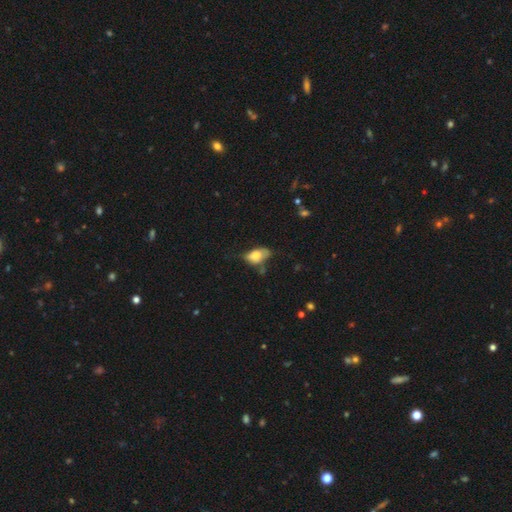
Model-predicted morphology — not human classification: Smooth or featured? Predicted: smooth (p=0.70). How rounded? Predicted: in between (p=0.88). Merging? Predicted: minor disturbance (p=0.39).